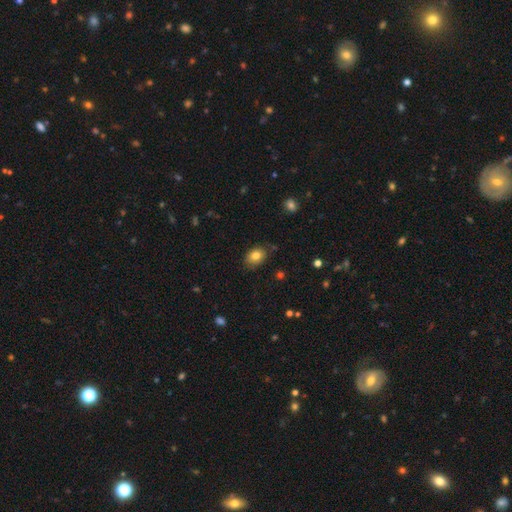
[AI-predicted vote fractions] A smooth galaxy with no disk features (81%) that is in between round and cigar-shaped (78%).

Vote fractions:
- Smooth or featured? smooth: 81% / featured or disk: 10% / star or artifact: 9%
- How rounded? in between: 78% / round: 21% / cigar-shaped: 1%
- Merging? none: 79% / minor disturbance: 16% / major disturbance: 3% / merger: 2%